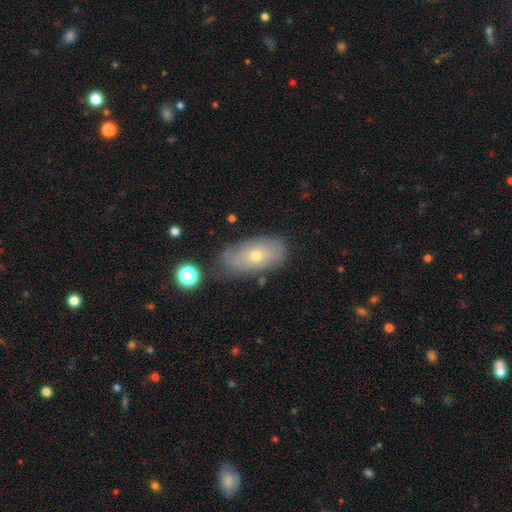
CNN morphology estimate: type=smooth (49%); merging=none (68%).